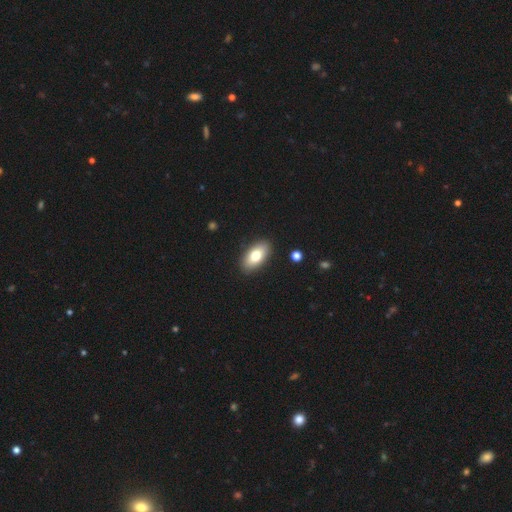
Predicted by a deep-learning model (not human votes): Morphology: type=smooth (76%); roundness=in between (92%); merging=none (89%).